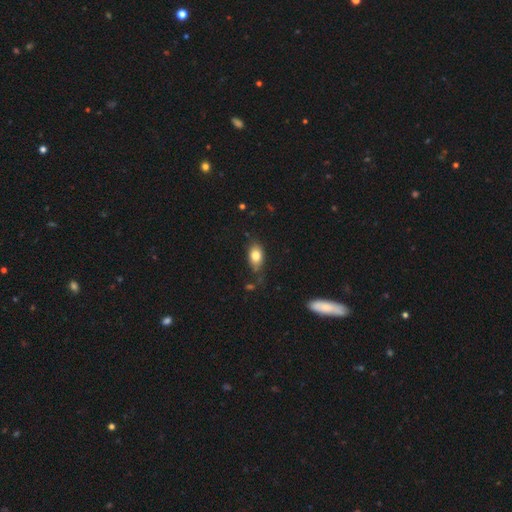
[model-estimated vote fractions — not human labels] Morphology: type=smooth (80%); roundness=in between (84%); merging=none (67%).